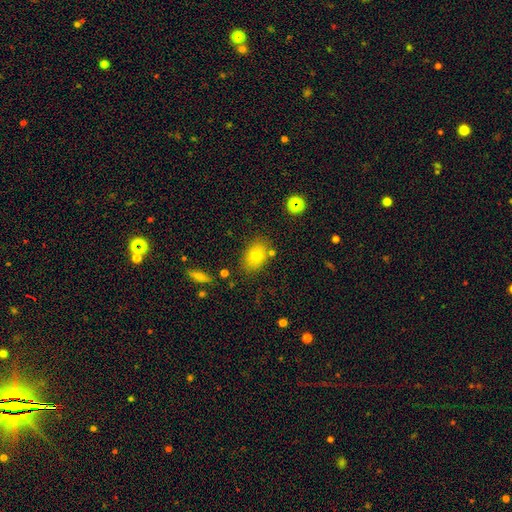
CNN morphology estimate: smooth 75%, featured or disk 13%, star or artifact 12%. Down the decision tree: how rounded — in between (76%); merging — none (78%).